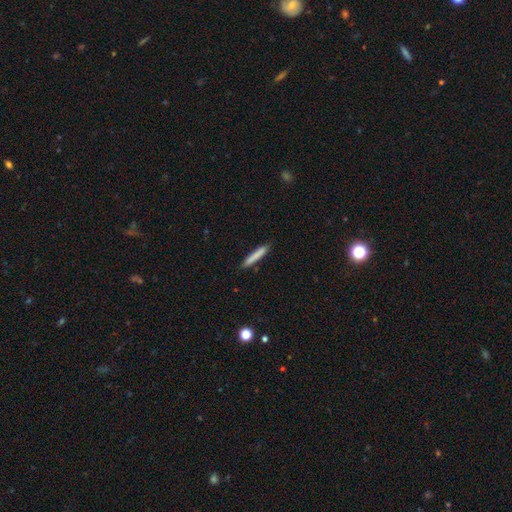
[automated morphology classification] Smooth or featured?
  - smooth: 80% *
  - featured or disk: 14%
  - star or artifact: 6%
How rounded?
  - cigar-shaped: 94% *
  - in between: 5%
  - round: 1%
Merging?
  - none: 87% *
  - minor disturbance: 10%
  - major disturbance: 2%
  - merger: 2%